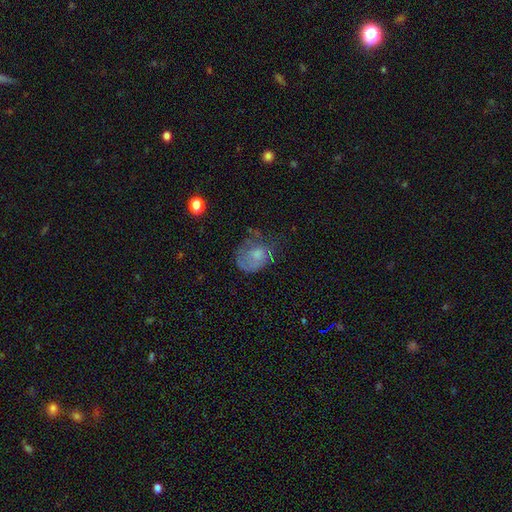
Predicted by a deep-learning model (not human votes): Morphology: type=smooth (54%); roundness=in between (53%); merging=none (38%).